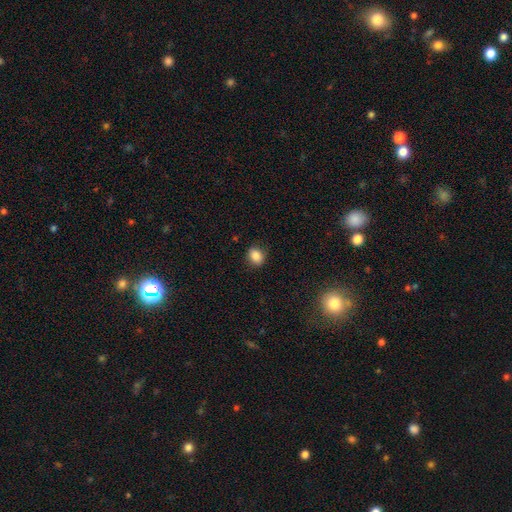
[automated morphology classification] smooth 86%, star or artifact 10%, featured or disk 4%. Down the decision tree: how rounded — round (50%); merging — none (86%).